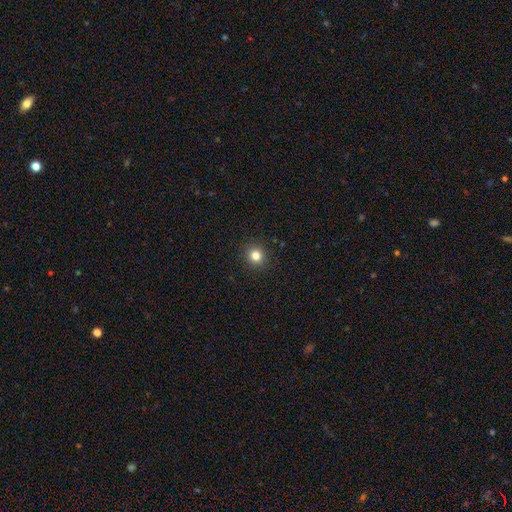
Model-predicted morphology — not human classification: The model was most divided on "smooth or featured": smooth: 82%, star or artifact: 13%, featured or disk: 5%. More confident: merging — none (92%); how rounded — round (92%).